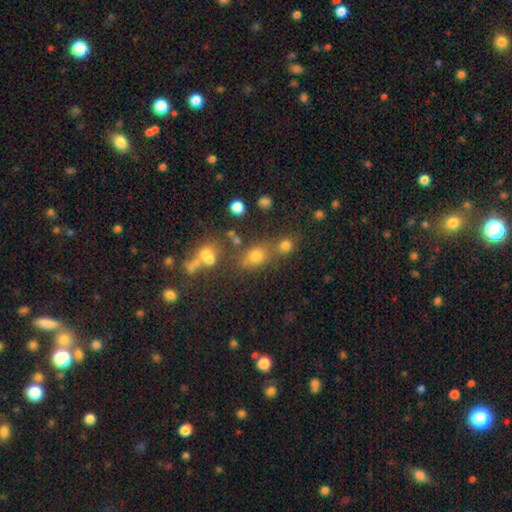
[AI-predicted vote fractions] Q: Smooth or featured?
A: smooth (65%); runner-up: star or artifact (23%)
Q: How rounded?
A: in between (48%); tied with: round (48%)
Q: Merging?
A: none (53%); runner-up: merger (28%)